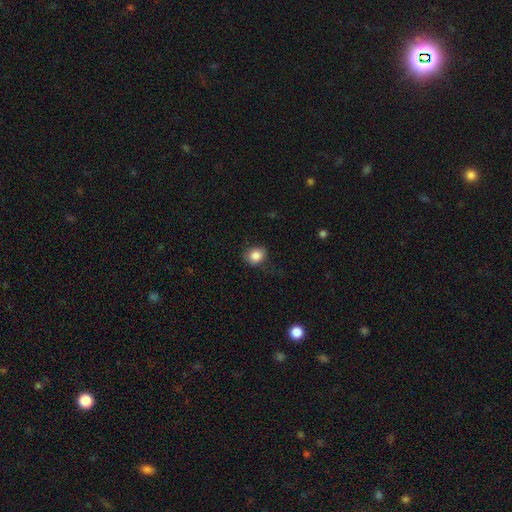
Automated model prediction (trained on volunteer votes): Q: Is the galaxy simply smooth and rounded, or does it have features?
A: smooth — 86%.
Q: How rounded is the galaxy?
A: round — 63%.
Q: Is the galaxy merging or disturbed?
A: none — 69%.